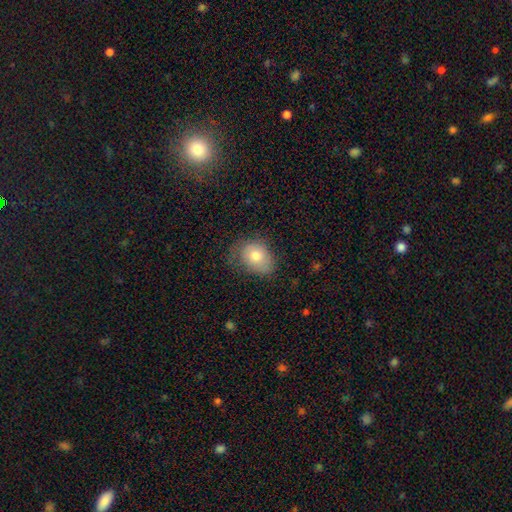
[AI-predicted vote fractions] smooth 76%, featured or disk 15%, star or artifact 9%. Down the decision tree: how rounded — in between (61%); merging — none (56%).